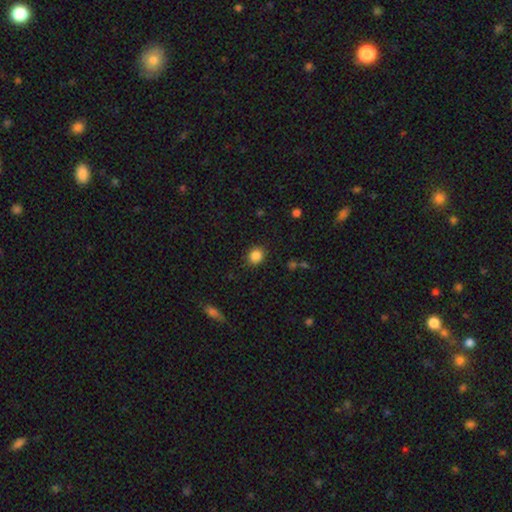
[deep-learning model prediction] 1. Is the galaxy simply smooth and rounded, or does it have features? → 86% smooth, 10% star or artifact, 4% featured or disk.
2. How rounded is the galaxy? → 70% round, 29% in between, 1% cigar-shaped.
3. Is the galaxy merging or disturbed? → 88% none, 9% minor disturbance, 3% major disturbance, 1% merger.